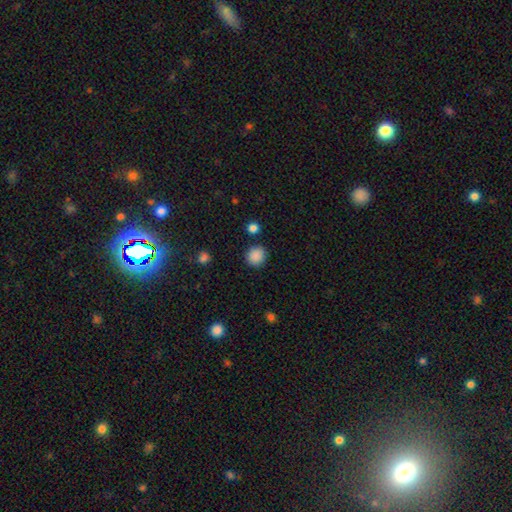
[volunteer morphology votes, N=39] Q: Smooth or featured?
A: smooth (87%); runner-up: star or artifact (8%)
Q: How rounded?
A: round (94%); runner-up: in between (6%)
Q: Merging?
A: none (83%); runner-up: minor disturbance (11%)